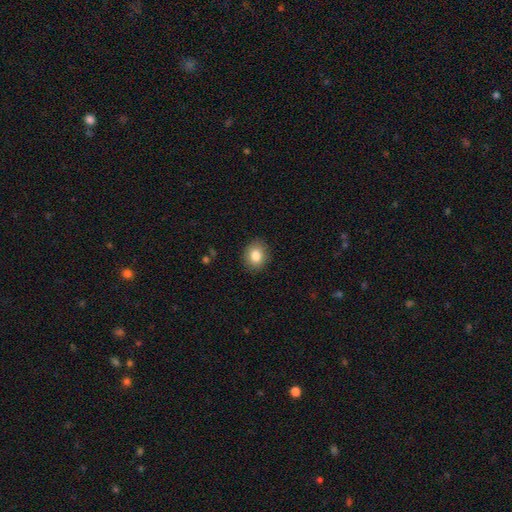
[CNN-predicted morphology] Overall: smooth (83%). How rounded: round (63%; in between 37%). Merging: none (89%).